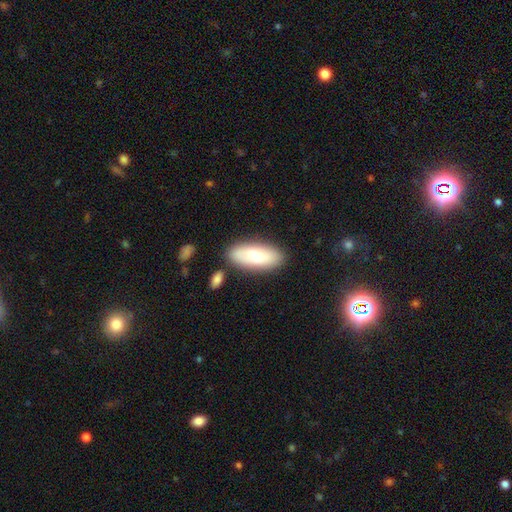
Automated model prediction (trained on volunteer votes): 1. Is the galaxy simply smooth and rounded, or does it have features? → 74% smooth, 20% featured or disk, 6% star or artifact.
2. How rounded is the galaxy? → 81% in between, 17% cigar-shaped, 2% round.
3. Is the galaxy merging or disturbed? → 78% none, 13% minor disturbance, 6% merger, 3% major disturbance.